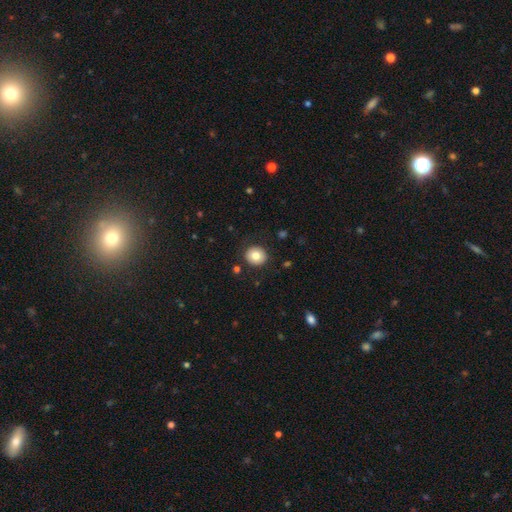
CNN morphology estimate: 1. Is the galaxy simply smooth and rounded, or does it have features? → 81% smooth, 9% featured or disk, 9% star or artifact.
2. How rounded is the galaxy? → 88% round, 11% in between, 1% cigar-shaped.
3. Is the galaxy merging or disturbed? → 89% none, 7% minor disturbance, 2% major disturbance, 1% merger.